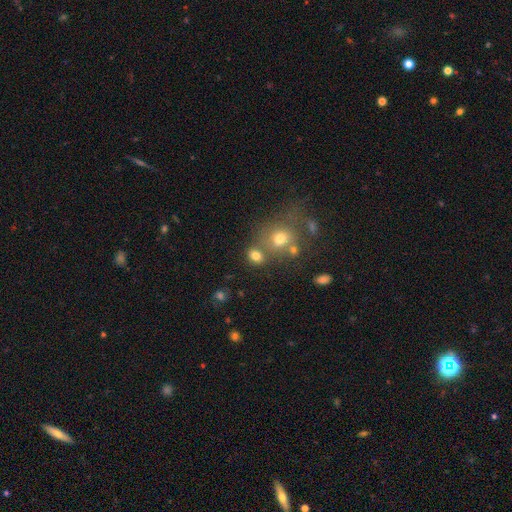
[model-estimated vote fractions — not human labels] This is likely a smooth galaxy (75%). How rounded: possibly round (51%). Merging: possibly none (58%).